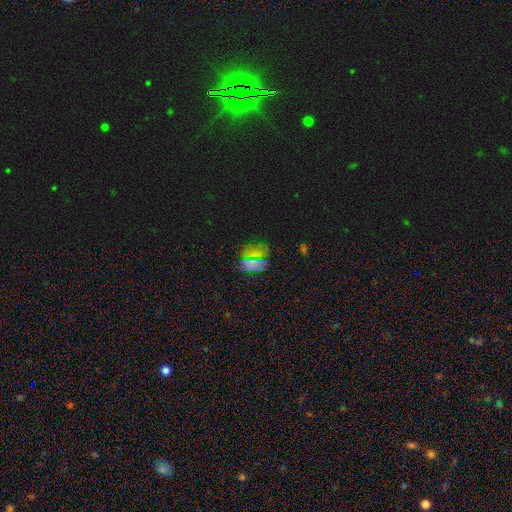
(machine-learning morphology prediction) A star or artifact, not a galaxy (46%).